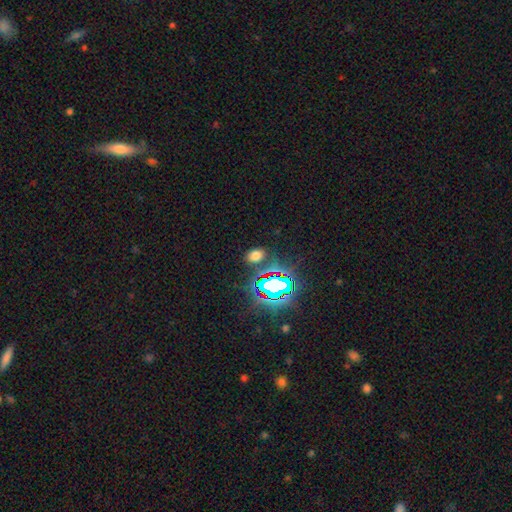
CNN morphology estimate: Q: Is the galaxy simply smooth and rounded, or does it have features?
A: smooth — 60%.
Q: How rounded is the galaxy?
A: in between — 79%.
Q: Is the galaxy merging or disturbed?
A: none — 82%.